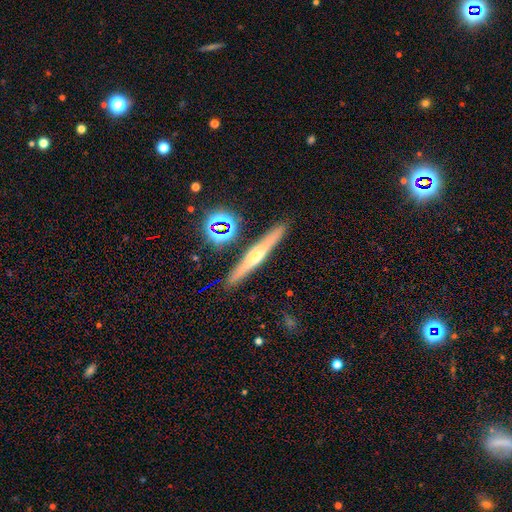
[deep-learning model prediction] Smooth or featured?
  - featured or disk: 65% *
  - smooth: 24%
  - star or artifact: 12%
Edge-on disk?
  - yes: 95% *
  - no: 5%
Edge-on bulge?
  - rounded: 82% *
  - none: 14%
  - boxy: 4%
Merging?
  - none: 88% *
  - minor disturbance: 7%
  - merger: 3%
  - major disturbance: 2%